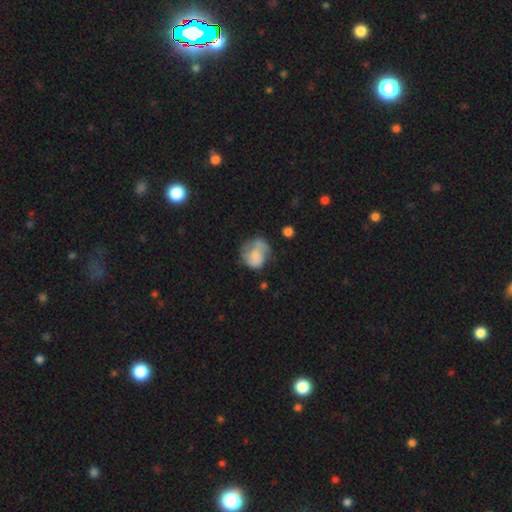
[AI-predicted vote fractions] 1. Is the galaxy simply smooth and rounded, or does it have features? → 48% smooth, 44% featured or disk, 8% star or artifact.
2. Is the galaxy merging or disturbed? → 42% none, 30% minor disturbance, 23% major disturbance, 6% merger.